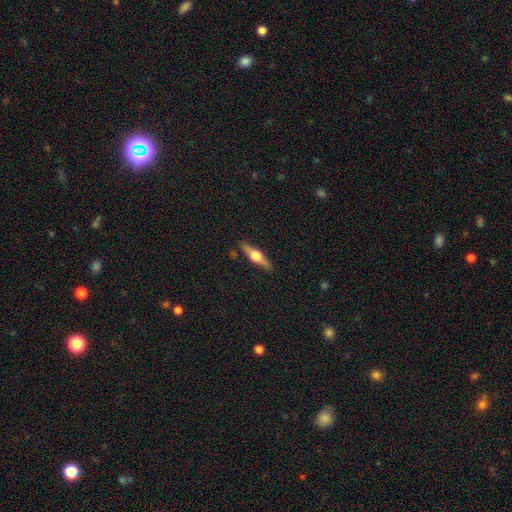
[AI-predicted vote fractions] Smooth or featured: featured or disk — 71% (smooth — 23%)
Edge-on disk: yes — 97% (no — 3%)
Edge-on bulge: rounded — 95% (boxy — 4%)
Merging: none — 89% (minor disturbance — 8%)